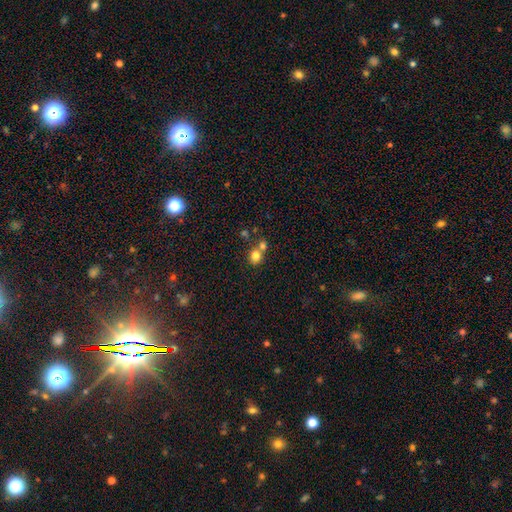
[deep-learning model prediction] Q: Smooth or featured?
A: smooth (80%); runner-up: star or artifact (12%)
Q: How rounded?
A: round (78%); runner-up: in between (21%)
Q: Merging?
A: none (51%); runner-up: merger (39%)